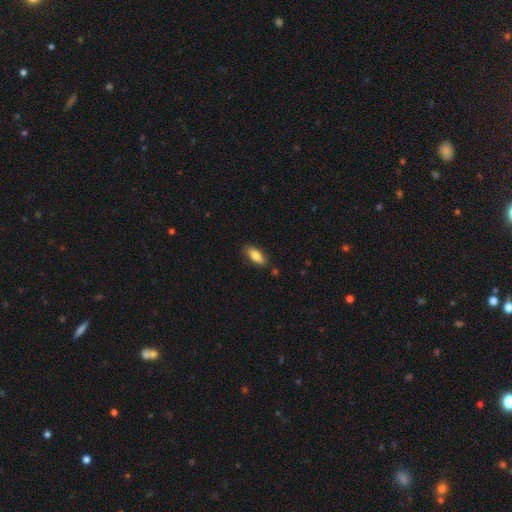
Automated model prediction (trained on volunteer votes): The model was most divided on "how rounded": in between: 79%, cigar-shaped: 19%, round: 2%. More confident: merging — none (84%); smooth or featured — smooth (81%).